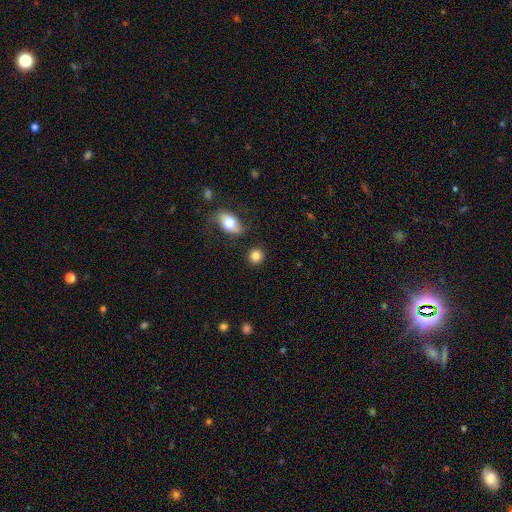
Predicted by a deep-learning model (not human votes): A smooth galaxy with no disk features (83%) that is round (85%).

Vote fractions:
- Smooth or featured? smooth: 83% / star or artifact: 9% / featured or disk: 7%
- How rounded? round: 85% / in between: 13% / cigar-shaped: 1%
- Merging? none: 85% / minor disturbance: 8% / merger: 4% / major disturbance: 3%